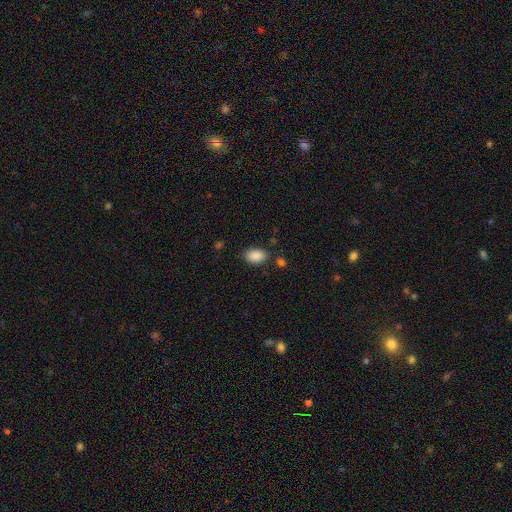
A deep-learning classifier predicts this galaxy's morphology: The model was most divided on "merging": none: 81%, minor disturbance: 12%, merger: 3%, major disturbance: 3%. More confident: how rounded — in between (89%); smooth or featured — smooth (89%).